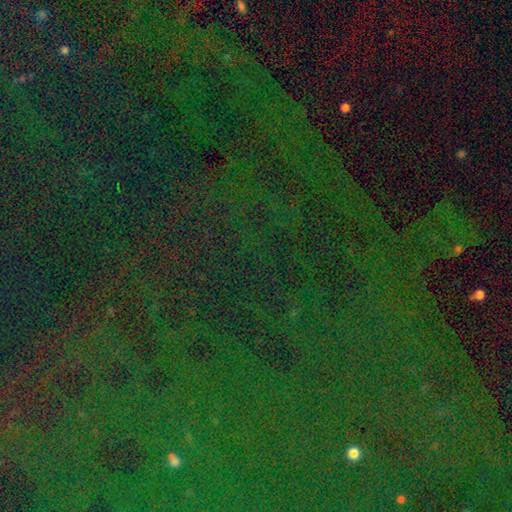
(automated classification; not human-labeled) This appears to be a star or artifact, not a galaxy (82%).